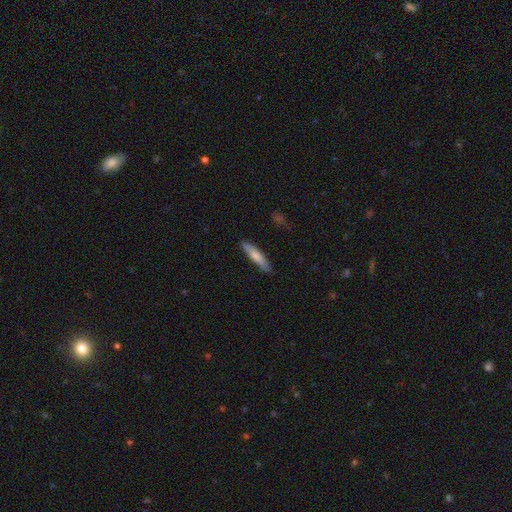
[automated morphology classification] A smooth galaxy with no disk features (72%) that is cigar-shaped (85%).

Vote fractions:
- Smooth or featured? smooth: 72% / featured or disk: 23% / star or artifact: 5%
- How rounded? cigar-shaped: 85% / in between: 14% / round: 1%
- Merging? none: 86% / minor disturbance: 11% / major disturbance: 2% / merger: 1%